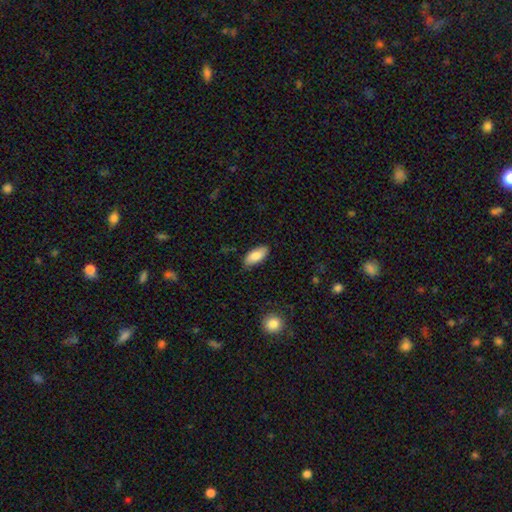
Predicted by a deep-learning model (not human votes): Smooth or featured? smooth (85%)
How rounded? in between (89%)
Merging? none (84%)